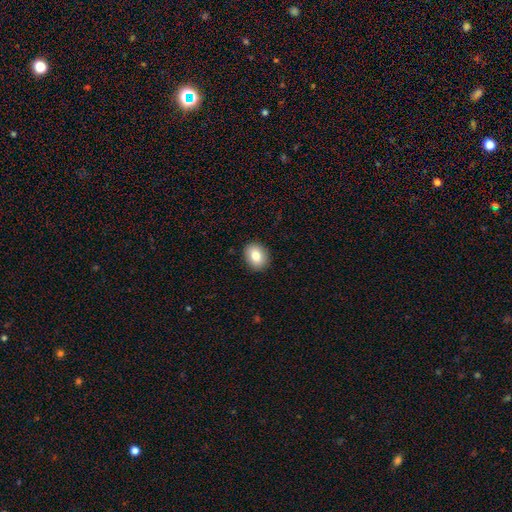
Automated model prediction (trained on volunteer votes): A smooth galaxy with no disk features (82%) that is in between round and cigar-shaped (50%).

Vote fractions:
- Smooth or featured? smooth: 82% / featured or disk: 10% / star or artifact: 8%
- How rounded? in between: 50% / round: 49% / cigar-shaped: 1%
- Merging? none: 90% / minor disturbance: 7% / major disturbance: 2% / merger: 1%